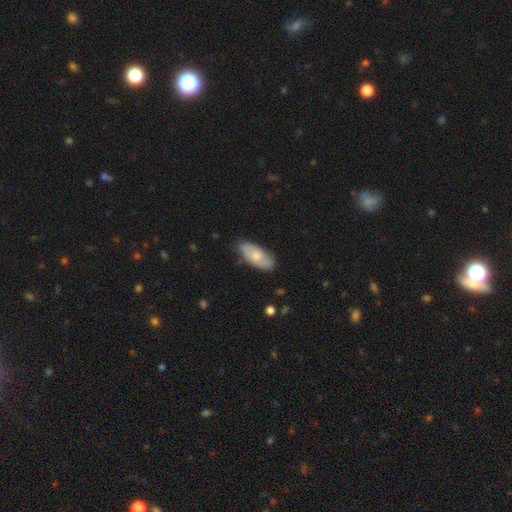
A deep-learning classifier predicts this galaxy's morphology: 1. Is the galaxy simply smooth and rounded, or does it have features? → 67% smooth, 27% featured or disk, 6% star or artifact.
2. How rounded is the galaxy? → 89% in between, 9% cigar-shaped, 2% round.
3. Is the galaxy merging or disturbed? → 77% none, 18% minor disturbance, 3% major disturbance, 1% merger.